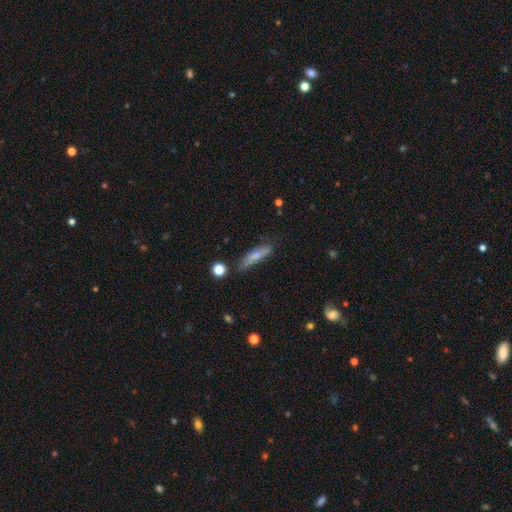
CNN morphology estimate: This appears to be a smooth galaxy with no disk features (71%) that is cigar-shaped (76%). Merging: none (64%).